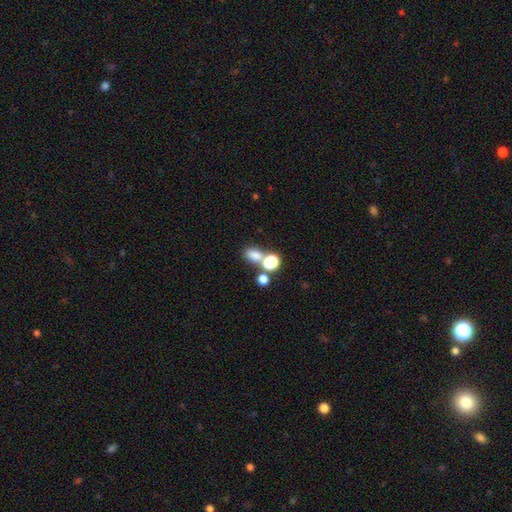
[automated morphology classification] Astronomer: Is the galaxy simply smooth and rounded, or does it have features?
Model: smooth — 75%.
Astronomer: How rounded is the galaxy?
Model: in between — 64%.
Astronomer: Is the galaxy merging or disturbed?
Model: none — 46% (runner-up: merger, 40%).